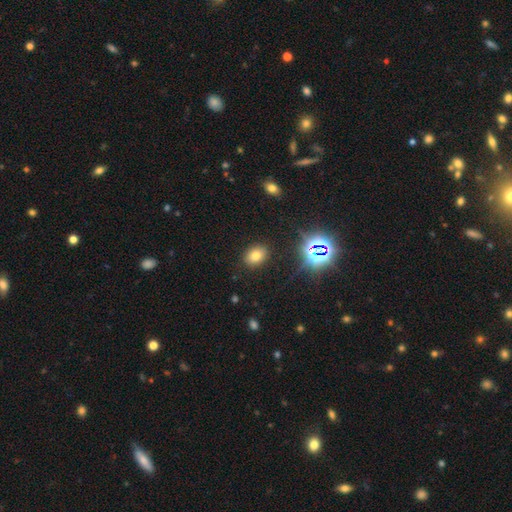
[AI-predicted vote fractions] Smooth or featured? smooth (71%)
How rounded? in between (73%)
Merging? none (87%)